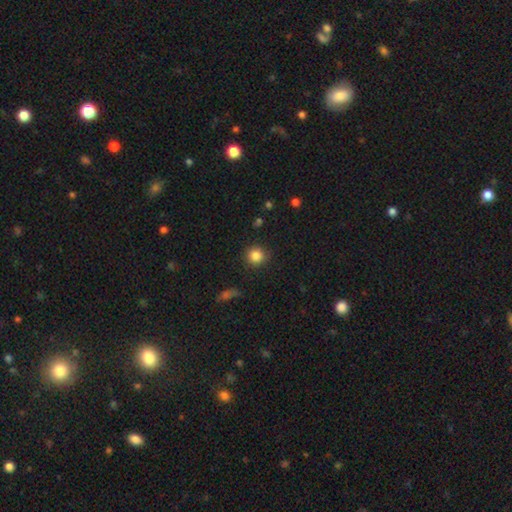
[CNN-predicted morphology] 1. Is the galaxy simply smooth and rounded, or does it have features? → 85% smooth, 11% star or artifact, 5% featured or disk.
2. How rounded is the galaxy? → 92% round, 7% in between, 1% cigar-shaped.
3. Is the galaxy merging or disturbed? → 88% none, 8% minor disturbance, 3% major disturbance, 1% merger.